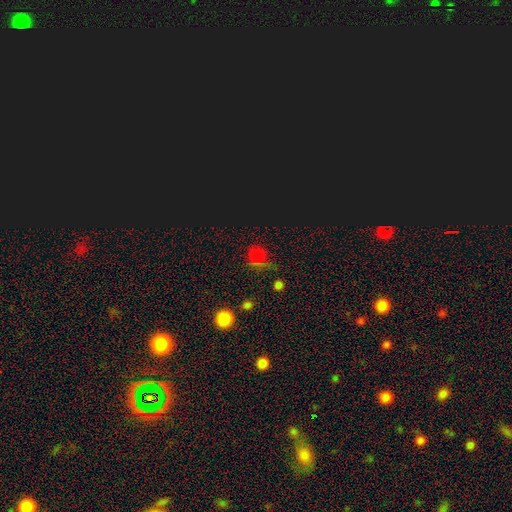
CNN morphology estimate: This is possibly a star or artifact rather than a galaxy (50%).